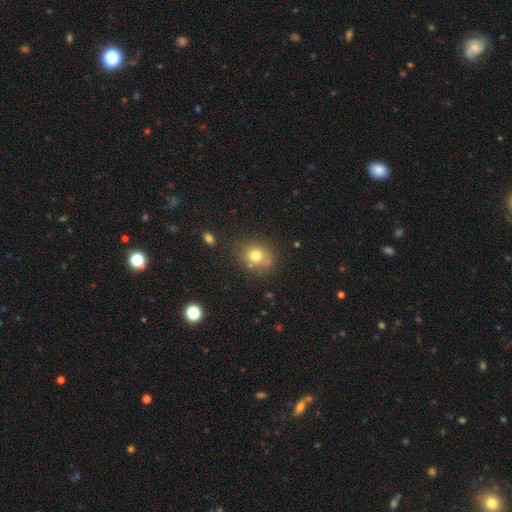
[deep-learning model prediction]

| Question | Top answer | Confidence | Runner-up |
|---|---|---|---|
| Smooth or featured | smooth | 75% | star or artifact (13%) |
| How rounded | round | 68% | in between (31%) |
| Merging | none | 72% | minor disturbance (16%) |